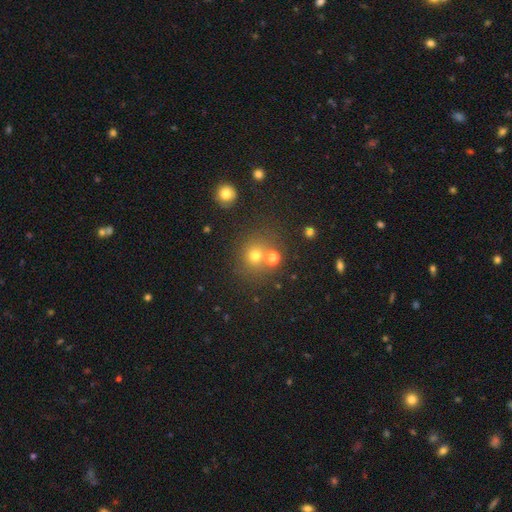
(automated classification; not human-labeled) Smooth or featured?
  - smooth: 67% *
  - star or artifact: 23%
  - featured or disk: 11%
How rounded?
  - round: 86% *
  - in between: 13%
  - cigar-shaped: 1%
Merging?
  - none: 67% *
  - merger: 21%
  - minor disturbance: 9%
  - major disturbance: 4%